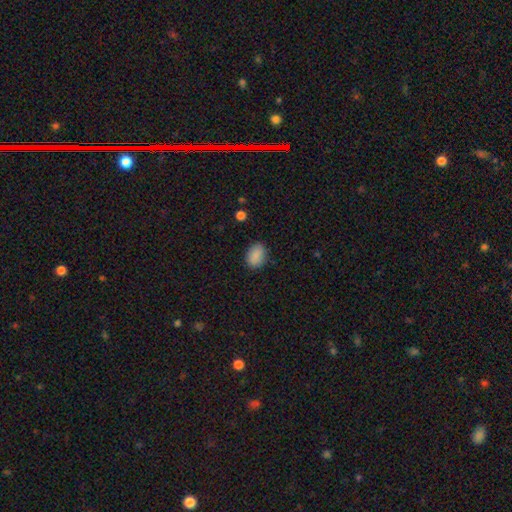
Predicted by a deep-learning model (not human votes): The model was most divided on "how rounded": in between: 79%, round: 19%, cigar-shaped: 1%. More confident: smooth or featured — smooth (88%); merging — none (85%).